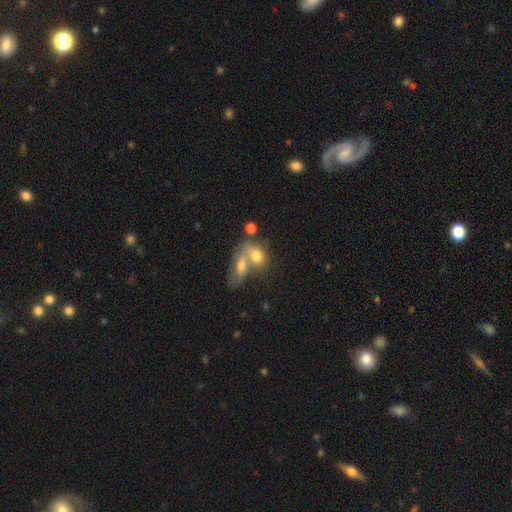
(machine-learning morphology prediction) Overall: smooth (69%). How rounded: in between (70%). Merging: merger (63%; none 23%).